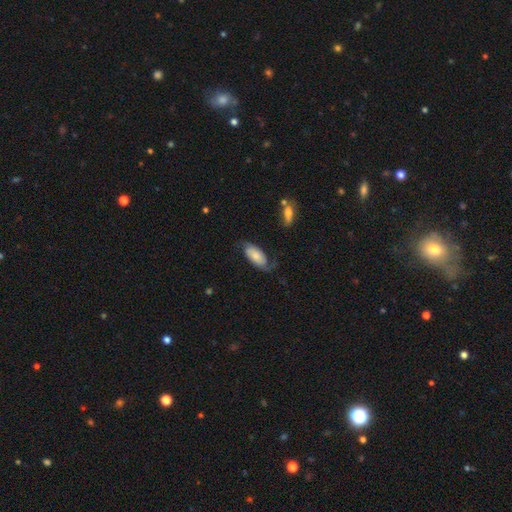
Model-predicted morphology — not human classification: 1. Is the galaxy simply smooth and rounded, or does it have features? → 51% featured or disk, 42% smooth, 7% star or artifact.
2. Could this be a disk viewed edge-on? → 93% no, 7% yes.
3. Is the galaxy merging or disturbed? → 58% none, 24% minor disturbance, 16% major disturbance, 2% merger.